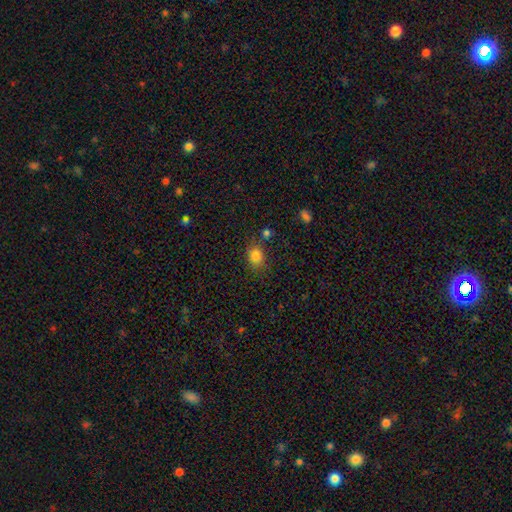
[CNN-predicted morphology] Smooth or featured? smooth (82%)
How rounded? round (52%)
Merging? none (76%)